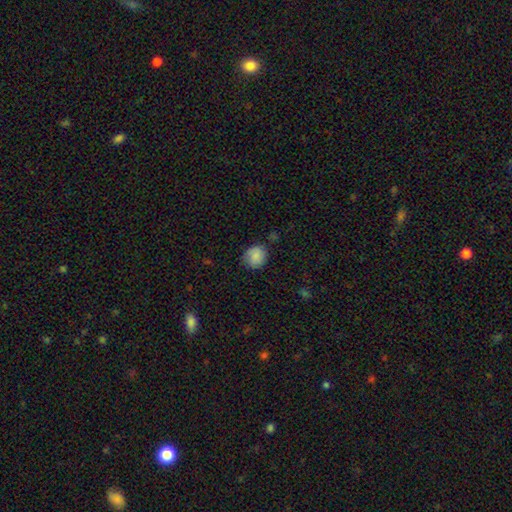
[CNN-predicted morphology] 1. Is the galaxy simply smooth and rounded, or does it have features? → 85% smooth, 8% star or artifact, 7% featured or disk.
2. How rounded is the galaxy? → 75% round, 24% in between, 1% cigar-shaped.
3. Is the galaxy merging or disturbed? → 75% none, 19% minor disturbance, 4% major disturbance, 2% merger.